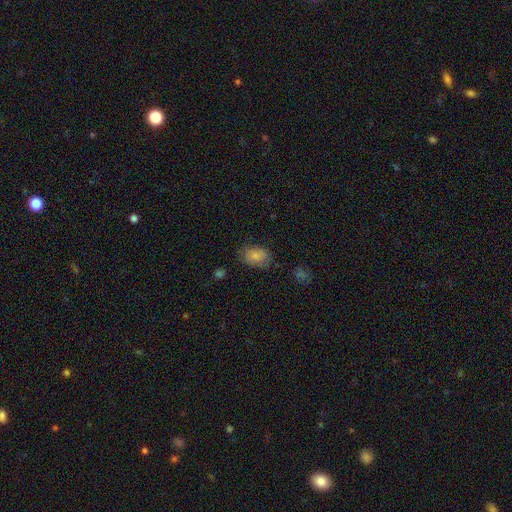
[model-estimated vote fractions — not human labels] Smooth or featured?
  - smooth: 79% *
  - featured or disk: 12%
  - star or artifact: 9%
How rounded?
  - in between: 78% *
  - round: 21%
  - cigar-shaped: 1%
Merging?
  - none: 68% *
  - minor disturbance: 23%
  - major disturbance: 7%
  - merger: 2%